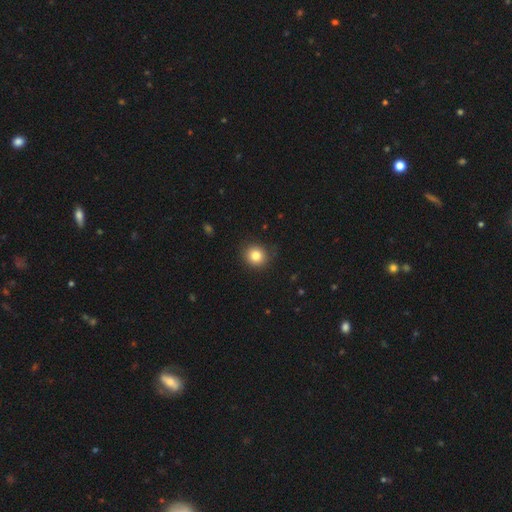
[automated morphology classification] Q: Smooth or featured?
A: smooth (82%); runner-up: star or artifact (11%)
Q: How rounded?
A: round (88%); runner-up: in between (11%)
Q: Merging?
A: none (88%); runner-up: minor disturbance (8%)